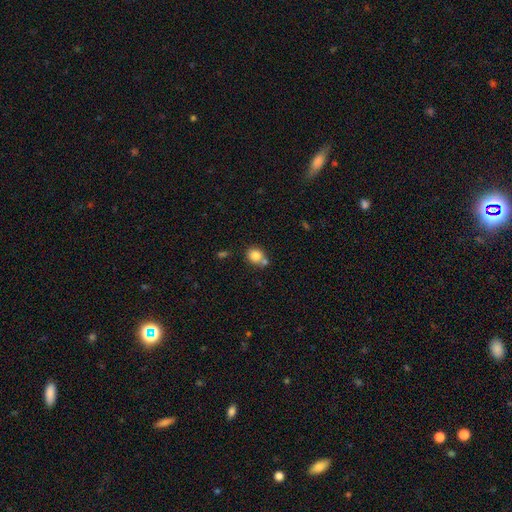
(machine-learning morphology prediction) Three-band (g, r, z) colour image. It shows a smooth galaxy with no disk features (82%) that is round (74%). Merging: none (58%).